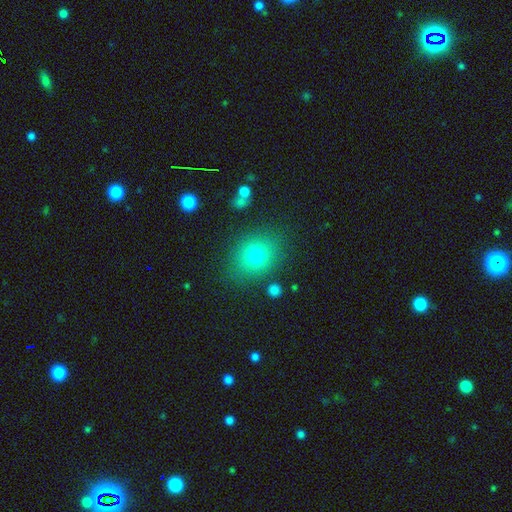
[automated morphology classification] The model was most divided on "how rounded": round: 53%, in between: 46%, cigar-shaped: 1%. More confident: merging — none (81%); smooth or featured — smooth (77%).